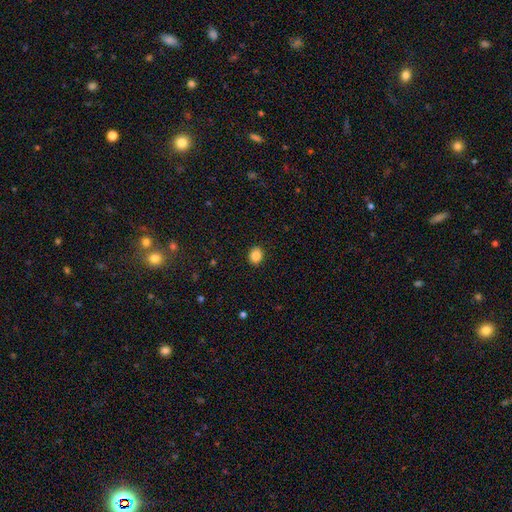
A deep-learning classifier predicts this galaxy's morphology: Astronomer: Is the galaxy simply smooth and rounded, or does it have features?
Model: smooth — 87%.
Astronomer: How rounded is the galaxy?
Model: round — 54% (runner-up: in between, 45%).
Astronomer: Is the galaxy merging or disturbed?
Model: none — 90%.